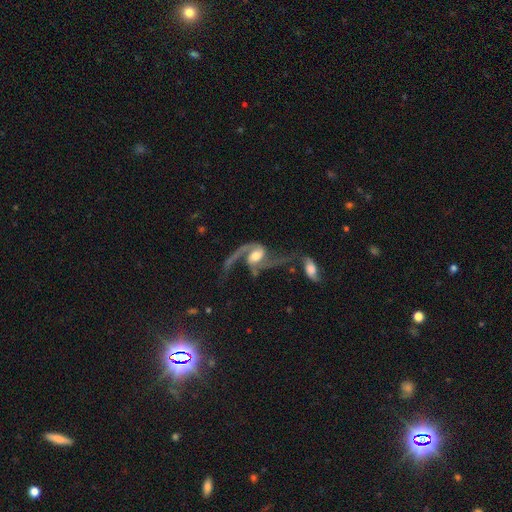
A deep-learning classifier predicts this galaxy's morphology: This is clearly a featured or disk galaxy (88%). It is clearly not viewed edge-on (97%). Bar: marginally weak (43%). Spiral arm pattern: clearly yes (95%). Spiral arm count: clearly 2 (82%). Spiral winding: likely loose (67%). Central bulge: likely moderate (62%). Merging: marginally merger (33%).